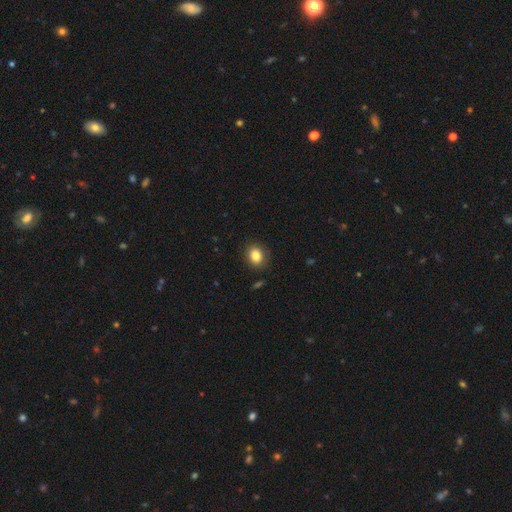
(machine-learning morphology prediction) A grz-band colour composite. It shows a smooth galaxy with no disk features (84%) that is round (52%). Merging: none (87%).